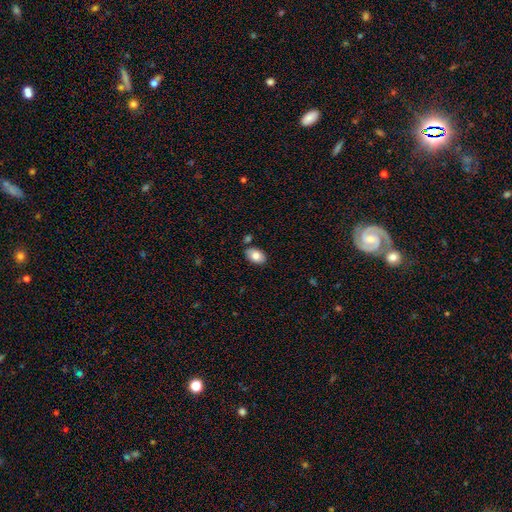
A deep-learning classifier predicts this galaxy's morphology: Q: Smooth or featured?
A: smooth (79%); runner-up: featured or disk (14%)
Q: How rounded?
A: in between (89%); runner-up: round (10%)
Q: Merging?
A: none (80%); runner-up: minor disturbance (12%)